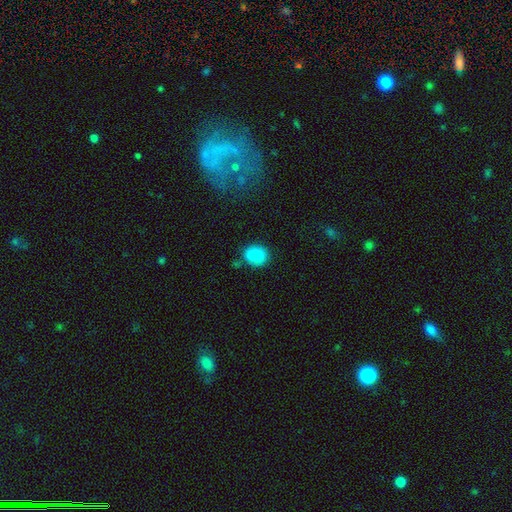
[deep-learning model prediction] Morphology: type=smooth (85%); roundness=round (69%); merging=none (71%).